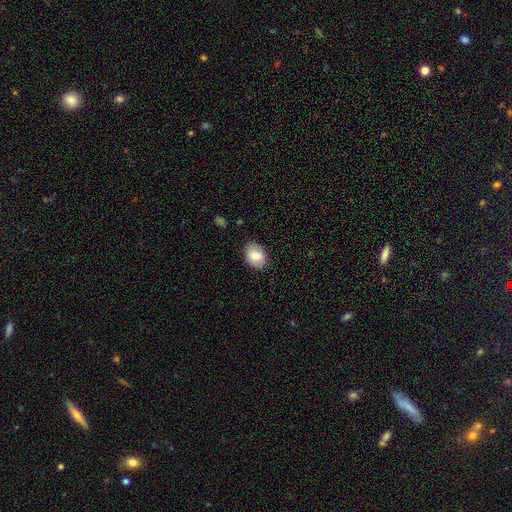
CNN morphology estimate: A smooth galaxy with no disk features (78%) that is in between round and cigar-shaped (77%). Merging: none (86%).